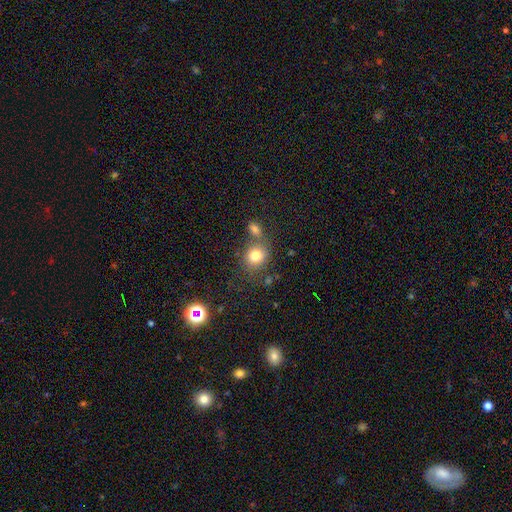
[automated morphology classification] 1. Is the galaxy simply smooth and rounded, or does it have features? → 79% smooth, 12% star or artifact, 9% featured or disk.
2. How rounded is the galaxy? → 73% round, 26% in between, 1% cigar-shaped.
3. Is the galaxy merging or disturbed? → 59% none, 24% merger, 12% minor disturbance, 5% major disturbance.